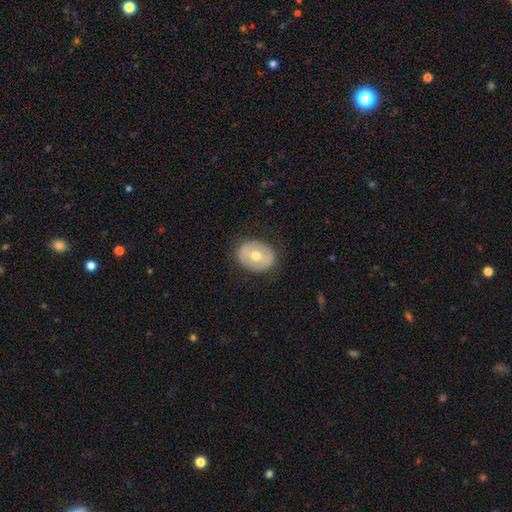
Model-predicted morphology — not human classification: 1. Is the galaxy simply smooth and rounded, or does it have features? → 55% smooth, 38% featured or disk, 7% star or artifact.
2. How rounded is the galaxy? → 54% in between, 45% round, 1% cigar-shaped.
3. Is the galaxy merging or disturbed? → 85% none, 11% minor disturbance, 3% major disturbance, 1% merger.